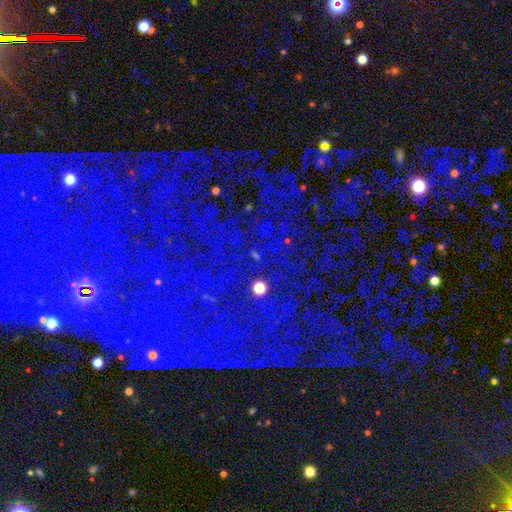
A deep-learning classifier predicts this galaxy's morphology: A star or artifact, not a galaxy (84%).